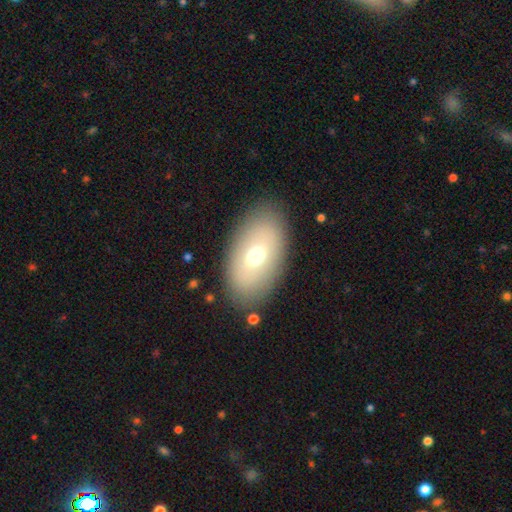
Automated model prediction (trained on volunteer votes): Morphology: type=smooth (63%); roundness=in between (93%); merging=none (85%).